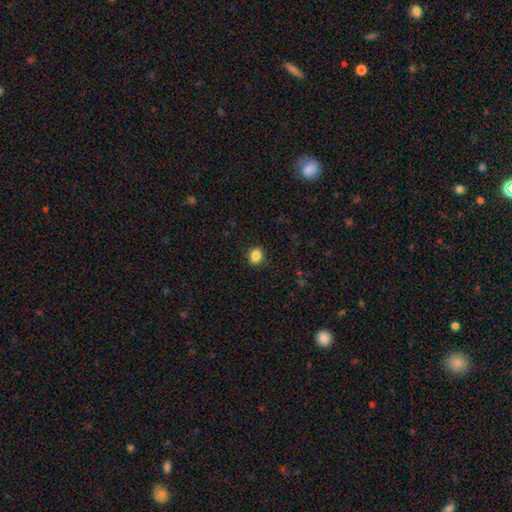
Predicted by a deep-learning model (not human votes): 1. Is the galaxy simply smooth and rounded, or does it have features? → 86% smooth, 10% star or artifact, 4% featured or disk.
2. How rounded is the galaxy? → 55% round, 44% in between, 1% cigar-shaped.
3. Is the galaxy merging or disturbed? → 88% none, 8% minor disturbance, 2% major disturbance, 1% merger.